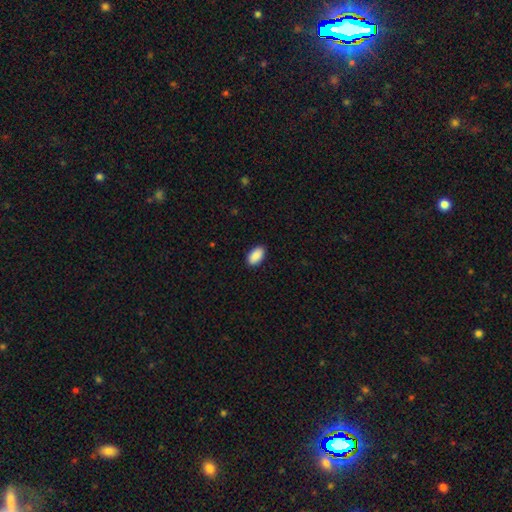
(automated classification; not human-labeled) smooth_or_featured: smooth (p=0.91) [alt: star or artifact p=0.07]
how_rounded: in between (p=0.95) [alt: round p=0.04]
merging: none (p=0.90) [alt: minor disturbance p=0.07]